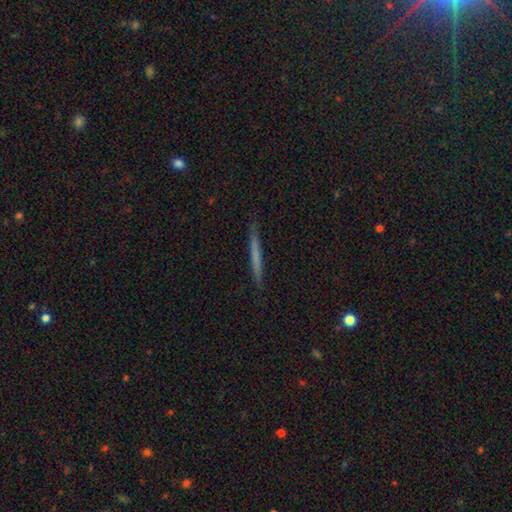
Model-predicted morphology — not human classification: This appears to be a smooth galaxy with no disk features (57%) that is cigar-shaped (96%). Merging: none (90%).